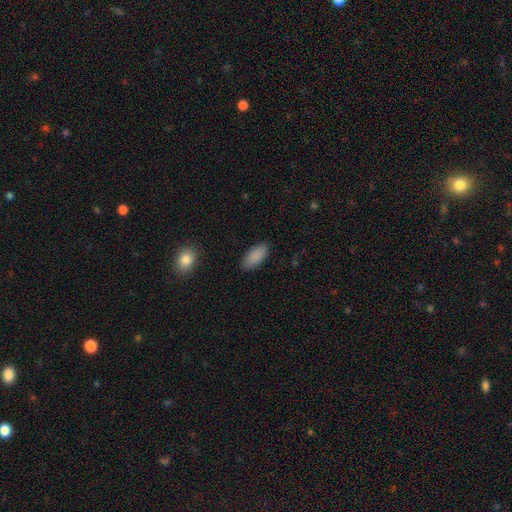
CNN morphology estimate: This is clearly a smooth galaxy (89%). How rounded: clearly in between (89%). Merging: clearly none (87%).